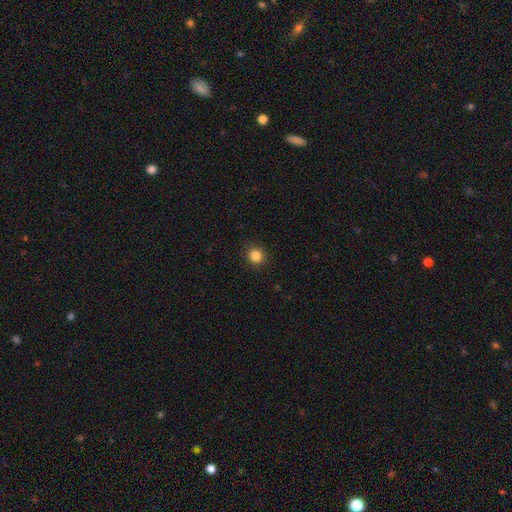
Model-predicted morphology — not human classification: Q: Smooth or featured?
A: smooth (85%); runner-up: star or artifact (11%)
Q: How rounded?
A: round (85%); runner-up: in between (14%)
Q: Merging?
A: none (90%); runner-up: minor disturbance (7%)